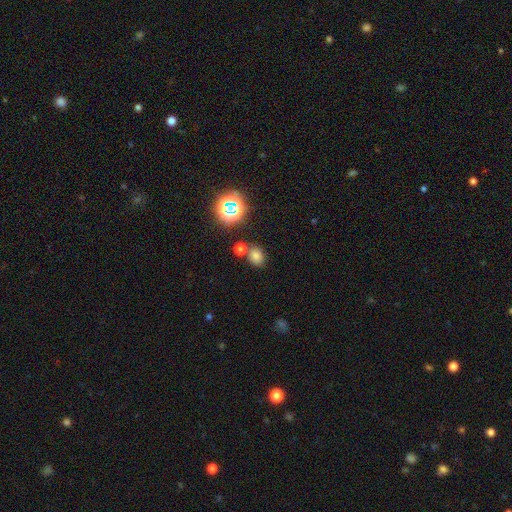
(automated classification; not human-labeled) This appears to be a smooth galaxy with no disk features (70%) that is in between round and cigar-shaped (50%). Merging: none (67%).